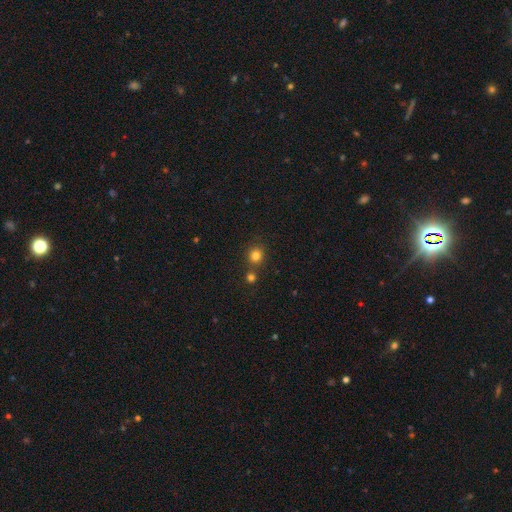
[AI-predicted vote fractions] This is likely a smooth galaxy (80%). How rounded: clearly round (89%). Merging: likely none (73%).